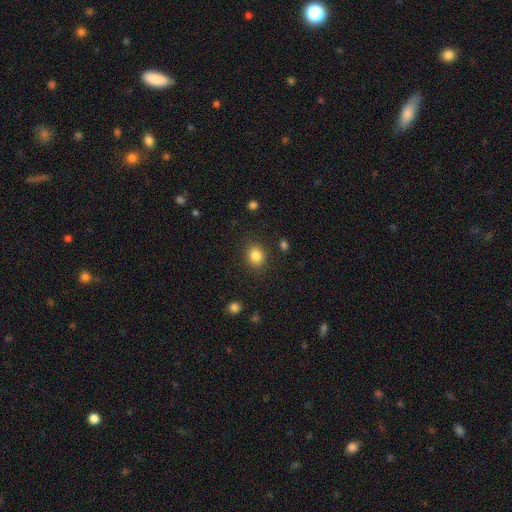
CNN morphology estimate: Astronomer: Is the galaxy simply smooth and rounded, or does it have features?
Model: smooth — 84%.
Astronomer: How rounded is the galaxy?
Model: round — 62%.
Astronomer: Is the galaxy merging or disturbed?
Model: none — 86%.